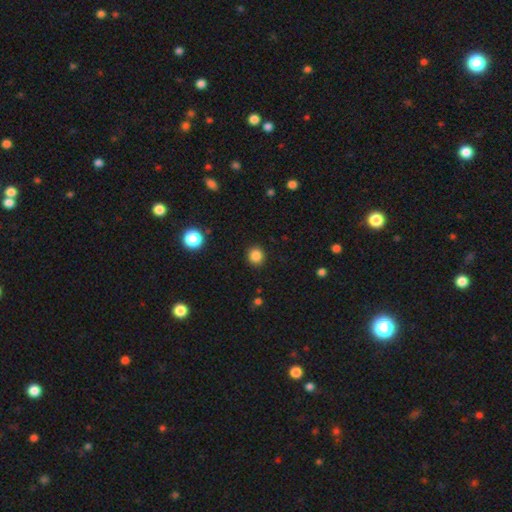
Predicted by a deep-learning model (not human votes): Morphology: type=smooth (85%); roundness=round (91%); merging=none (91%).